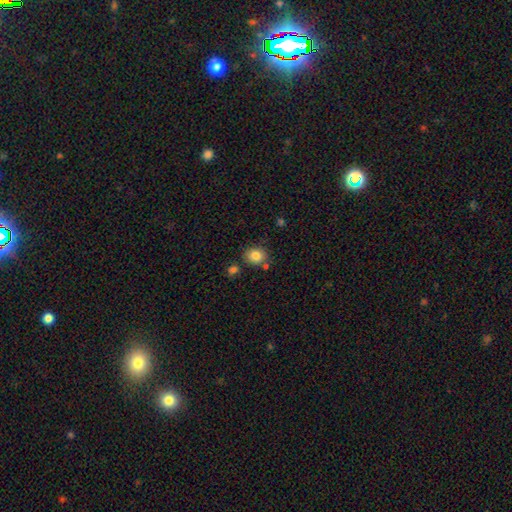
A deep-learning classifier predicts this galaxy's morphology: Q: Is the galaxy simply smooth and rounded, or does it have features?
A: smooth — 84%.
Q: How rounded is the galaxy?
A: round — 66%.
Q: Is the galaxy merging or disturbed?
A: none — 76%.